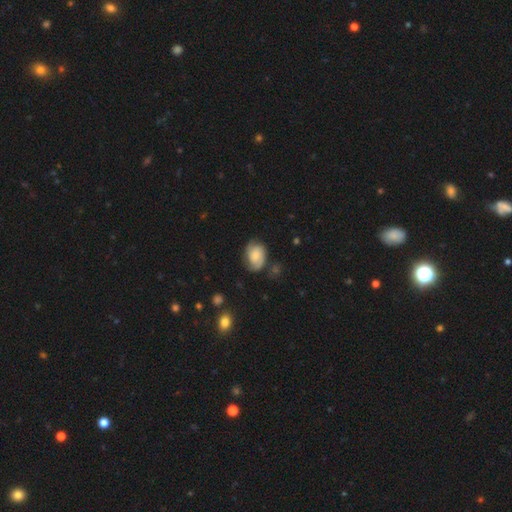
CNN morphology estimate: Smooth or featured?
  - featured or disk: 46% *
  - smooth: 45%
  - star or artifact: 8%
Merging?
  - none: 61% *
  - minor disturbance: 26%
  - major disturbance: 10%
  - merger: 3%